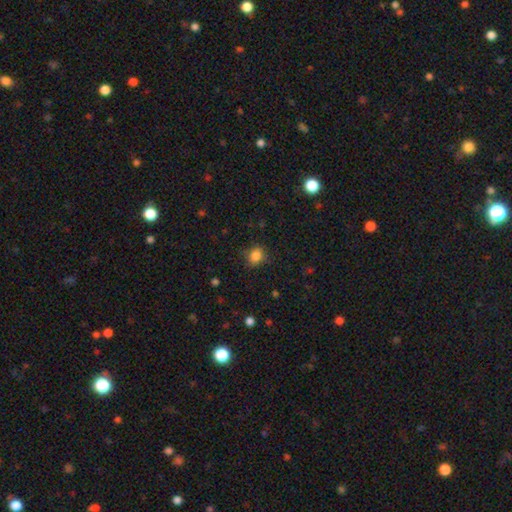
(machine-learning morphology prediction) The model was most divided on "how rounded": round: 64%, in between: 35%, cigar-shaped: 1%. More confident: smooth or featured — smooth (84%); merging — none (81%).